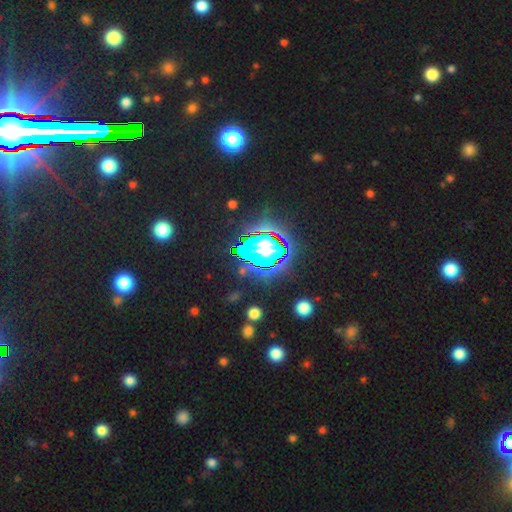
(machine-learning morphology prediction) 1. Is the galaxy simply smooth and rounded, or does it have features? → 69% star or artifact, 19% smooth, 12% featured or disk.